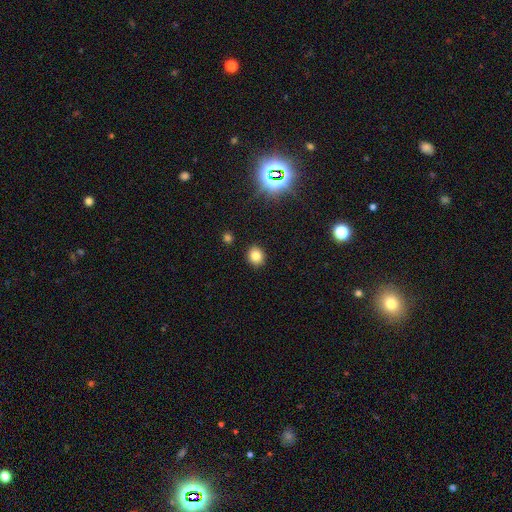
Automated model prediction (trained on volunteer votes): Overall: smooth (80%). How rounded: round (73%). Merging: none (90%).